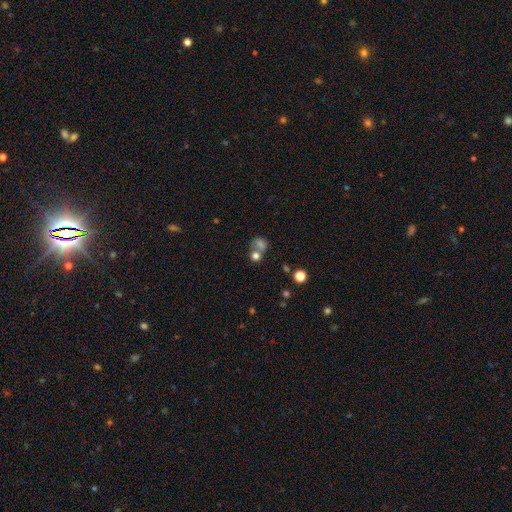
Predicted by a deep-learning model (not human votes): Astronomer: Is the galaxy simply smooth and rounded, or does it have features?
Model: smooth — 70%.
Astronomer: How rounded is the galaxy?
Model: round — 72%.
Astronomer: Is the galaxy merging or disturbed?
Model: merger — 45% (runner-up: none, 37%).